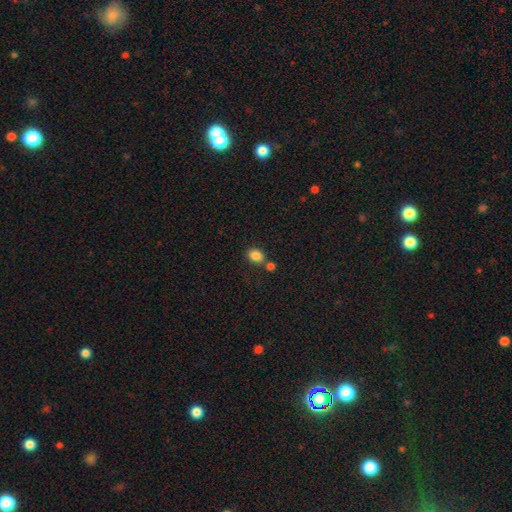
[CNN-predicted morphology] This is clearly a smooth galaxy (85%). How rounded: possibly in between (58%). Merging: likely none (66%).